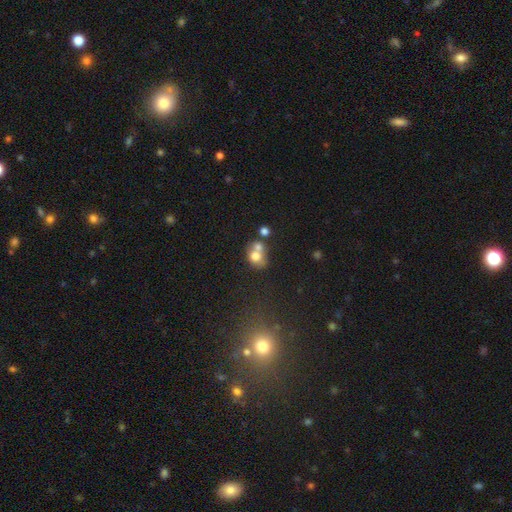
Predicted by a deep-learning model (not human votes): This appears to be a smooth galaxy with no disk features (69%) that is round (62%). Merging: merger (56%).